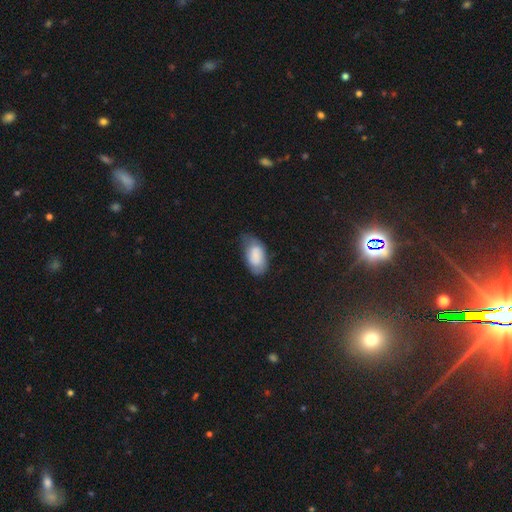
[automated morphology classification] Smooth or featured? smooth (77%)
How rounded? in between (94%)
Merging? none (44%)